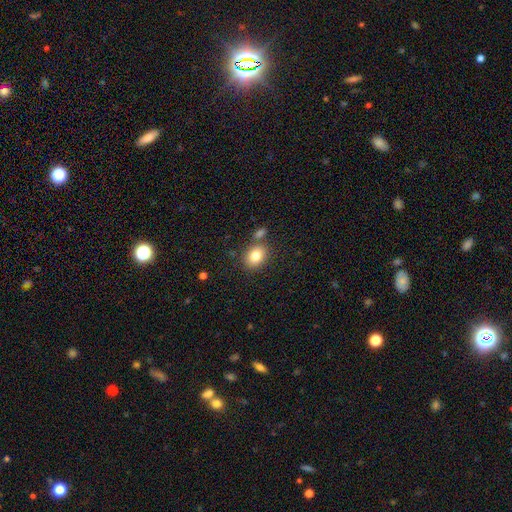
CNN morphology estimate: This appears to be a smooth galaxy with no disk features (82%) that is in between round and cigar-shaped (62%). Merging: none (71%).